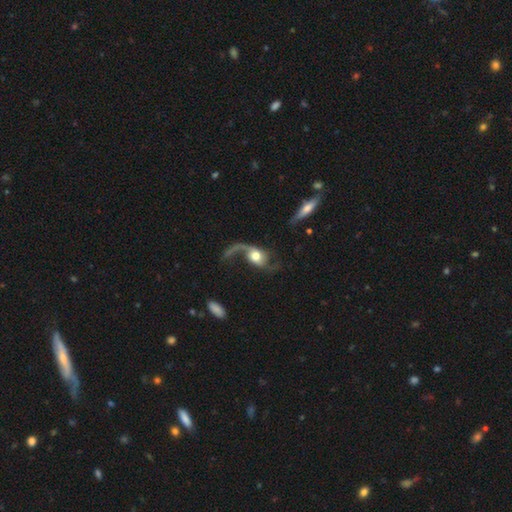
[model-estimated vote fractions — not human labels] featured or disk 78%, smooth 16%, star or artifact 6%. Down the decision tree: edge-on disk — no (95%); bar — no (67%); spiral arms — yes (92%); spiral arm count — 2 (63%); spiral winding — loose (85%); bulge size — moderate (49%); merging — none (41%).